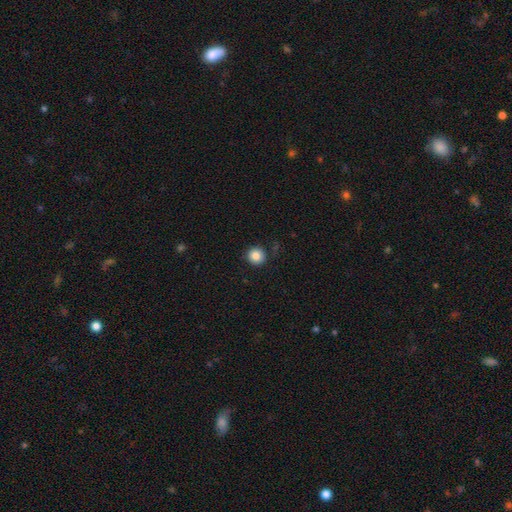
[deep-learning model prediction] smooth_or_featured: smooth (p=0.85) [alt: star or artifact p=0.10]
how_rounded: round (p=0.94) [alt: in between p=0.05]
merging: none (p=0.89) [alt: minor disturbance p=0.07]